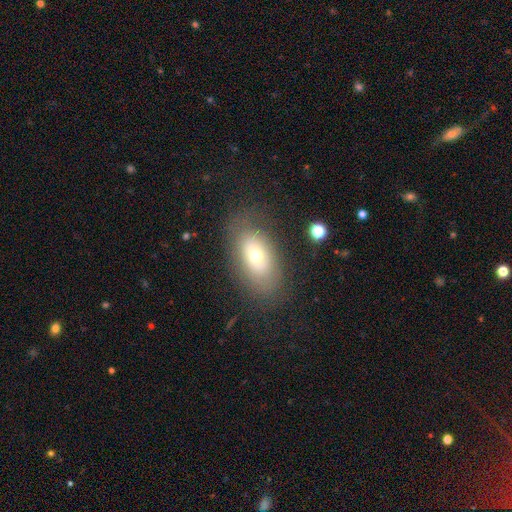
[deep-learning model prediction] A smooth galaxy with no disk features (59%) that is in between round and cigar-shaped (87%).

Vote fractions:
- Smooth or featured? smooth: 59% / featured or disk: 30% / star or artifact: 11%
- How rounded? in between: 87% / round: 10% / cigar-shaped: 2%
- Merging? none: 74% / minor disturbance: 16% / major disturbance: 8% / merger: 2%